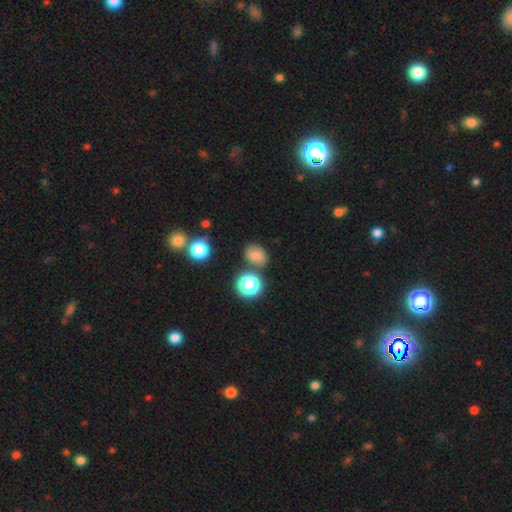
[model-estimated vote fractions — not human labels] Smooth or featured? Predicted: smooth (p=0.70). How rounded? Predicted: in between (p=0.51). Merging? Predicted: none (p=0.75).